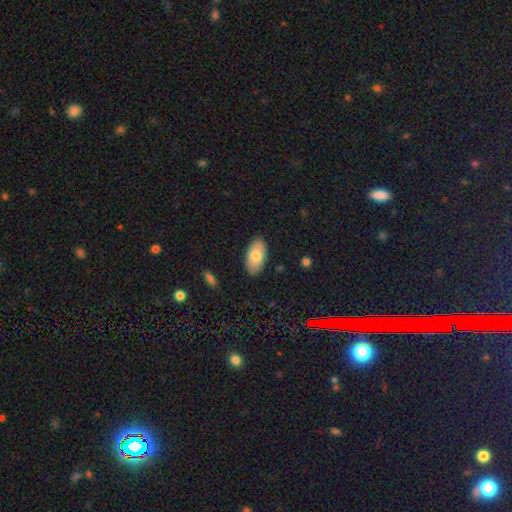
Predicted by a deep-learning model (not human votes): A smooth galaxy with no disk features (79%) that is in between round and cigar-shaped (95%).

Vote fractions:
- Smooth or featured? smooth: 79% / featured or disk: 15% / star or artifact: 6%
- How rounded? in between: 95% / round: 3% / cigar-shaped: 2%
- Merging? none: 87% / minor disturbance: 10% / major disturbance: 2% / merger: 1%